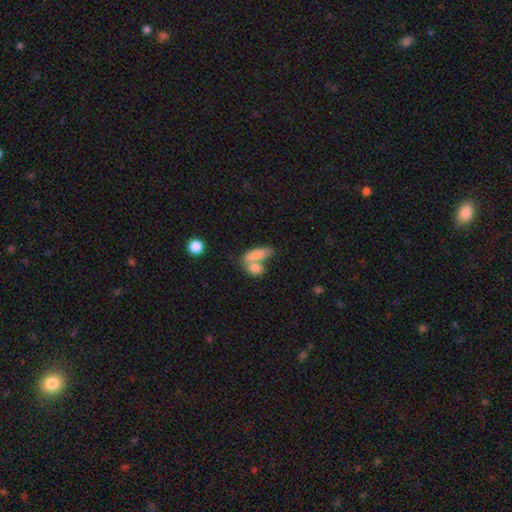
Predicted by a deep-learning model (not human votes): smooth_or_featured: smooth (p=0.78) [alt: featured or disk p=0.15]
how_rounded: in between (p=0.73) [alt: cigar-shaped p=0.21]
merging: merger (p=0.59) [alt: none p=0.27]